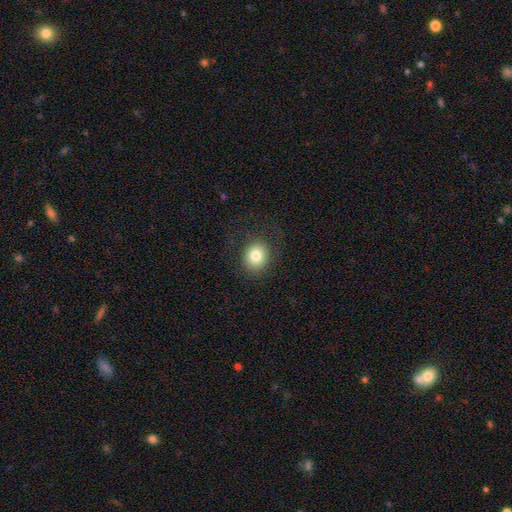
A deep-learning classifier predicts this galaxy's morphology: This is clearly a smooth galaxy (81%). How rounded: likely round (75%). Merging: clearly none (84%).